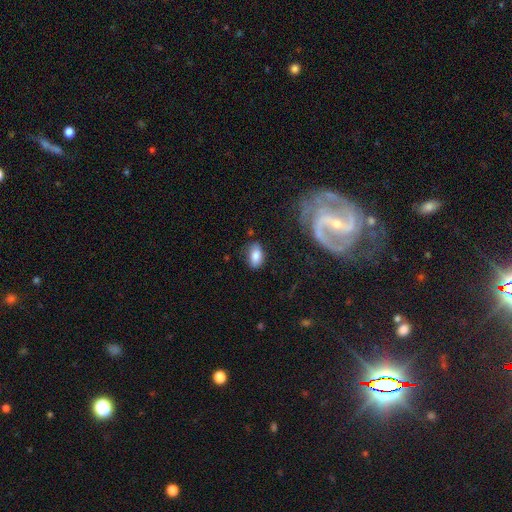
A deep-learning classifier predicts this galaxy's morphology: type=smooth (82%); roundness=in between (90%); merging=none (73%).